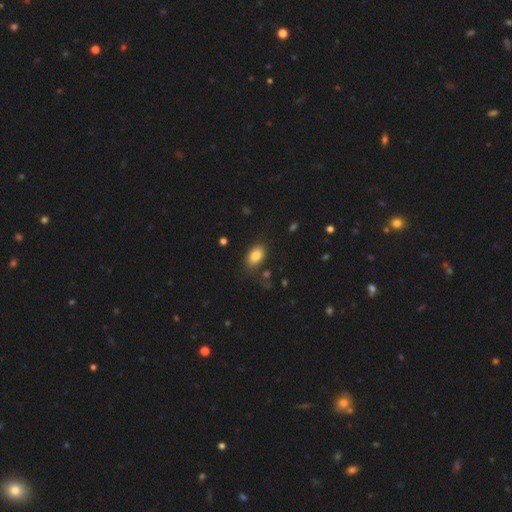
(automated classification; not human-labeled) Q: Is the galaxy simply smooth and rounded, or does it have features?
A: smooth — 85%.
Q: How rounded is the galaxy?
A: in between — 89%.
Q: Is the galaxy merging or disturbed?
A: none — 80%.